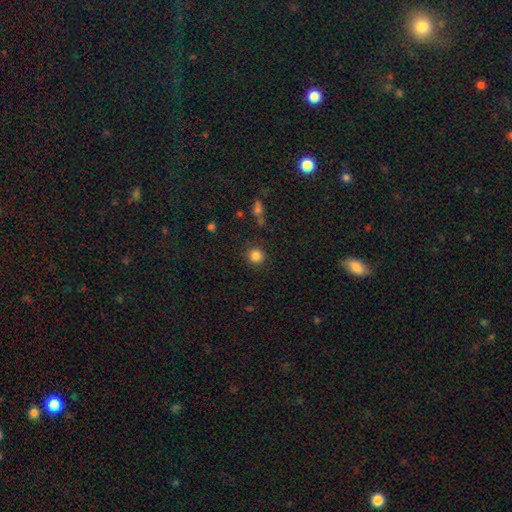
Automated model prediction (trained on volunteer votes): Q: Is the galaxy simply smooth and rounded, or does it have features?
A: smooth — 84%.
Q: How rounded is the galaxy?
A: round — 93%.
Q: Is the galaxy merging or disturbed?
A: none — 89%.